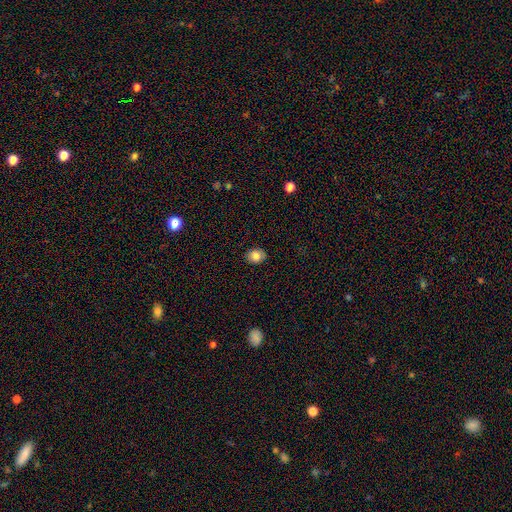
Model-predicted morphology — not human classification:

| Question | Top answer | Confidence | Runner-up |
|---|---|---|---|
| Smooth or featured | smooth | 81% | featured or disk (10%) |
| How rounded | round | 58% | in between (41%) |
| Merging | none | 88% | minor disturbance (9%) |